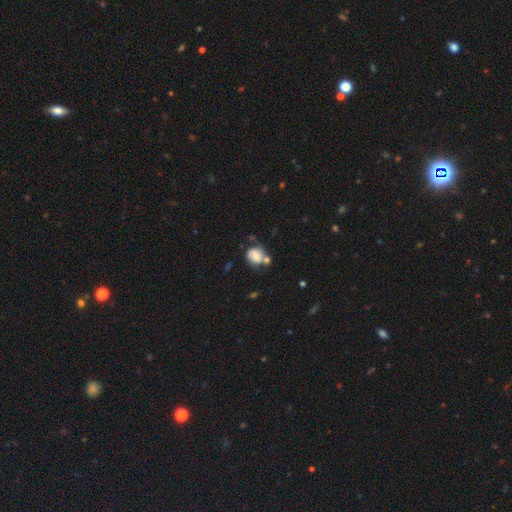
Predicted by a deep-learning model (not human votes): smooth-or-featured: smooth: 59% | featured or disk: 32% | star or artifact: 9%
  how-rounded: round: 70% | in between: 29% | cigar-shaped: 1%
  merging: none: 45% | merger: 26% | minor disturbance: 20% | major disturbance: 8%